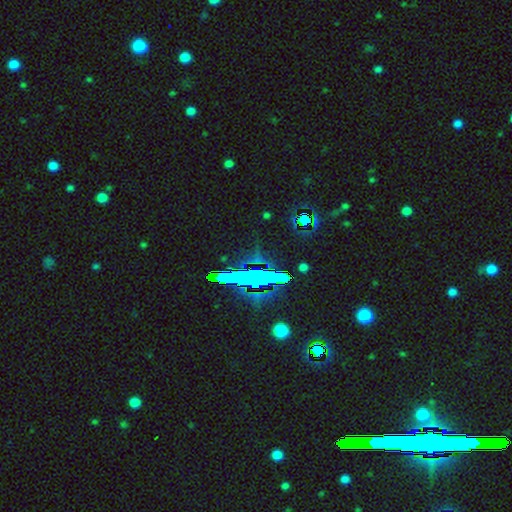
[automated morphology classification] smooth-or-featured: star or artifact: 77% | featured or disk: 12% | smooth: 12%